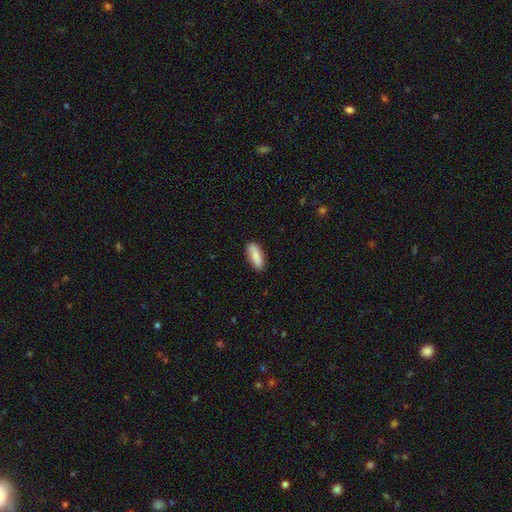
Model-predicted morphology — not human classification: Smooth or featured? smooth (87%)
How rounded? in between (65%)
Merging? none (84%)